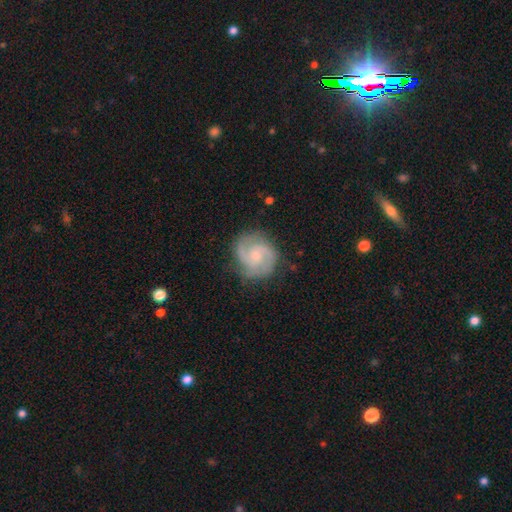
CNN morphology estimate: The model was most divided on "spiral winding": medium: 51%, tight: 38%, loose: 11%. More confident: edge-on disk — no (98%); spiral arms — yes (97%); smooth or featured — featured or disk (86%); merging — none (79%); spiral arm count — 2 (76%); bulge size — small (63%); bar — no (60%).